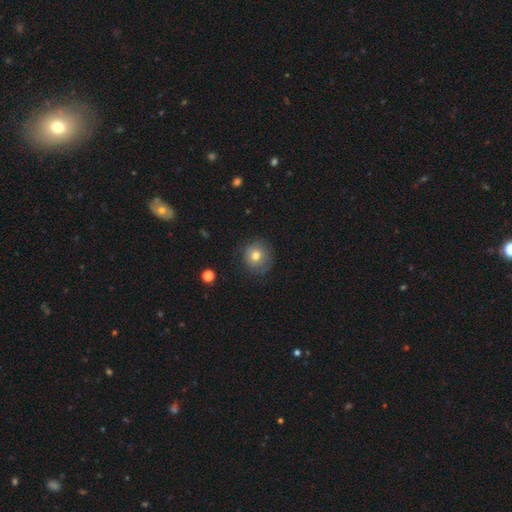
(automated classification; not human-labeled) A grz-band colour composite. It shows a smooth galaxy with no disk features (71%) that is round (91%). Merging: none (79%).